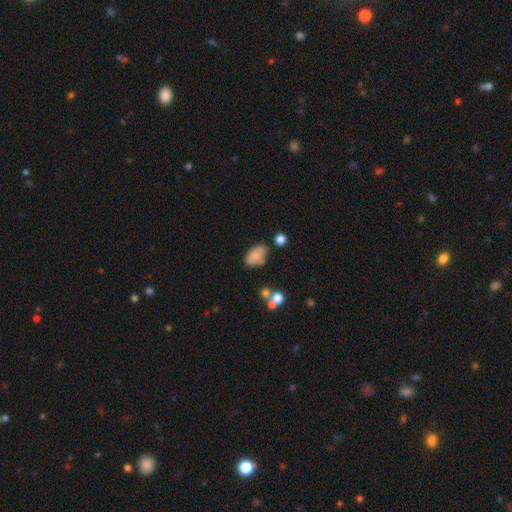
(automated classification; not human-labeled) A smooth galaxy with no disk features (78%) that is in between round and cigar-shaped (88%). Merging: none (59%).